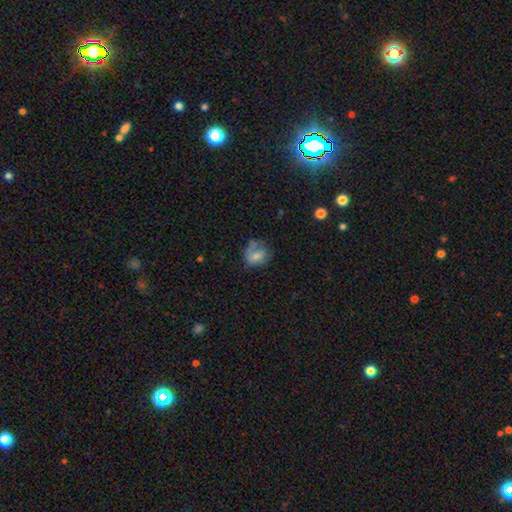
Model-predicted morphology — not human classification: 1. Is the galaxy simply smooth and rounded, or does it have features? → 67% smooth, 22% featured or disk, 10% star or artifact.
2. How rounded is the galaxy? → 60% round, 38% in between, 1% cigar-shaped.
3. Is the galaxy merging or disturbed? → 44% none, 29% minor disturbance, 20% major disturbance, 7% merger.